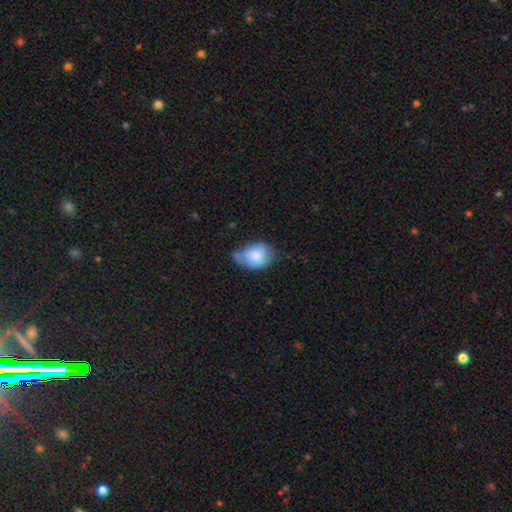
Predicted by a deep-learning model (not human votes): A smooth galaxy with no disk features (75%) that is in between round and cigar-shaped (67%). Merging: minor disturbance (44%).